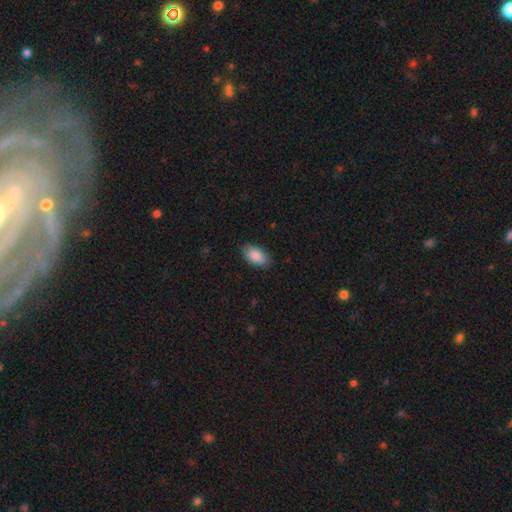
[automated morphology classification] Smooth or featured? Predicted: smooth (p=0.88). How rounded? Predicted: in between (p=0.94). Merging? Predicted: none (p=0.85).